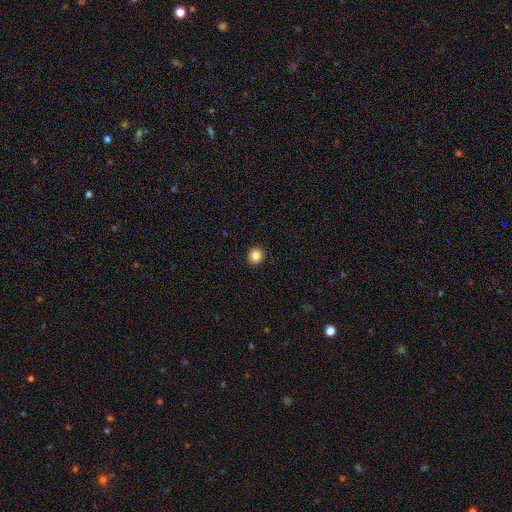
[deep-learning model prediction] Smooth or featured? Predicted: smooth (p=0.85). How rounded? Predicted: round (p=0.88). Merging? Predicted: none (p=0.92).